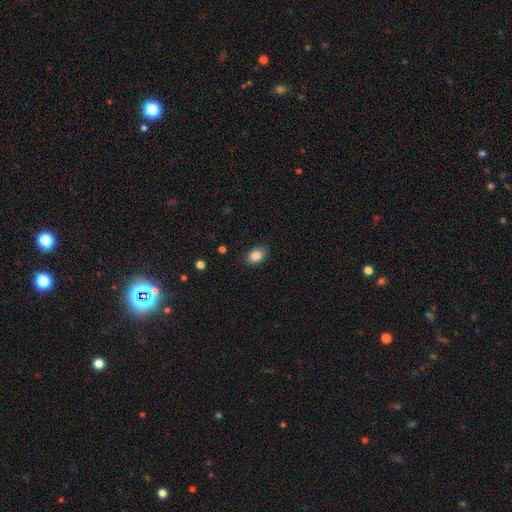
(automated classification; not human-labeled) Overall: smooth (86%). How rounded: in between (80%). Merging: none (85%).